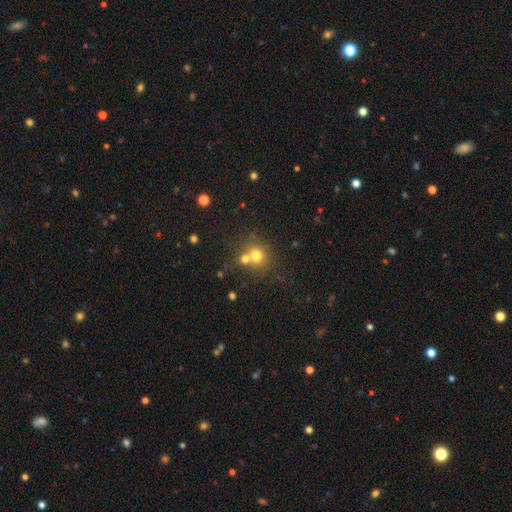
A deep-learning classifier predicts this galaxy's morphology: Q: Smooth or featured?
A: smooth (72%); runner-up: star or artifact (15%)
Q: How rounded?
A: round (85%); runner-up: in between (14%)
Q: Merging?
A: none (48%); runner-up: merger (42%)